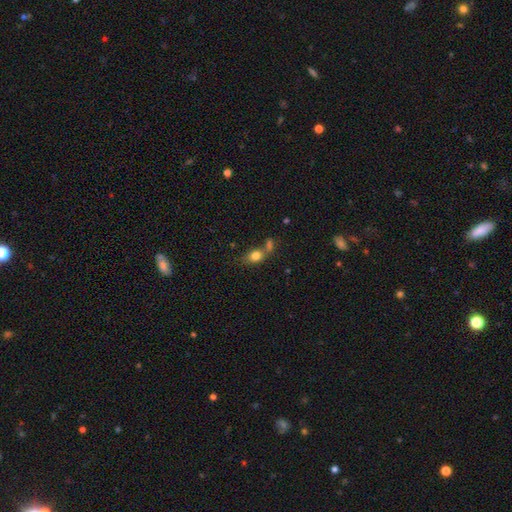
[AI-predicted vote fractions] Smooth or featured? smooth (80%)
How rounded? in between (61%)
Merging? merger (42%)